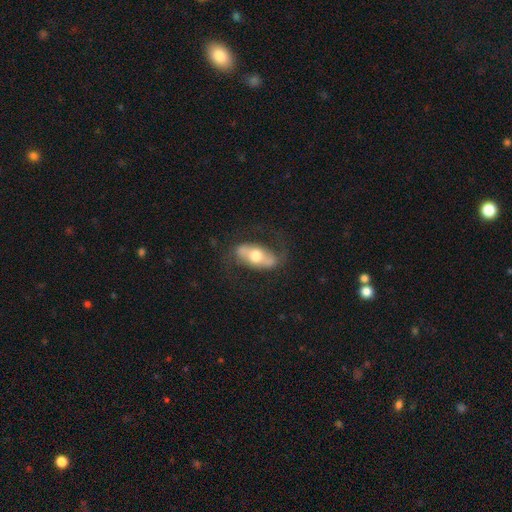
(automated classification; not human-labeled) Smooth or featured? Predicted: featured or disk (p=0.56). Edge-on disk? Predicted: no (p=0.81). Merging? Predicted: none (p=0.70).